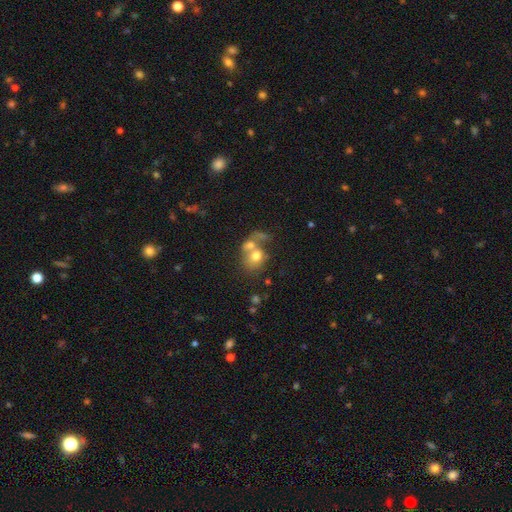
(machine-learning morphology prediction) smooth 65%, featured or disk 25%, star or artifact 10%. Down the decision tree: how rounded — round (59%); merging — merger (63%).